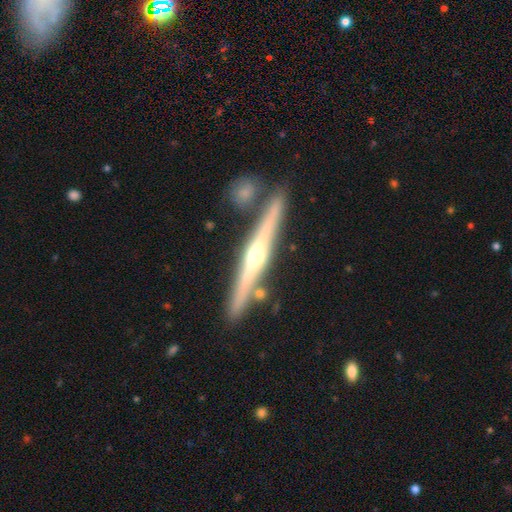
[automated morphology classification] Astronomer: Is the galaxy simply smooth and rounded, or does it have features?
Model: featured or disk — 80%.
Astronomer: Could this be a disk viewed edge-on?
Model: yes — 98%.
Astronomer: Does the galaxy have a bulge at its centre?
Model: rounded — 89%.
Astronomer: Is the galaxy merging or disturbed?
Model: none — 83%.